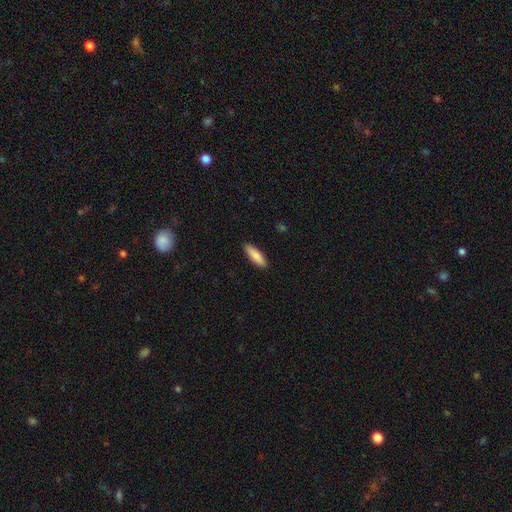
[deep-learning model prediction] Smooth or featured? smooth (85%)
How rounded? in between (50%)
Merging? none (90%)